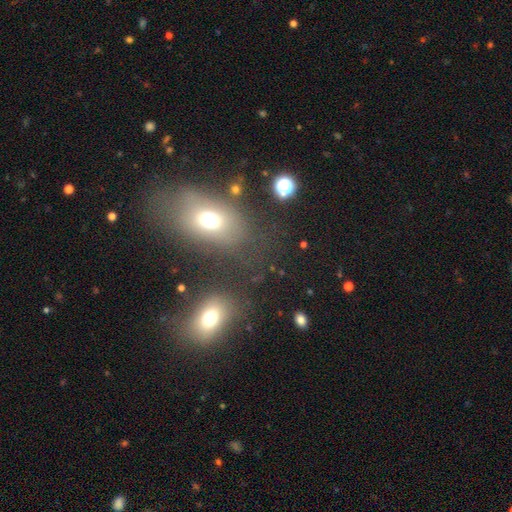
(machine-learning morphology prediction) type=smooth (54%); roundness=in between (77%); merging=none (60%).